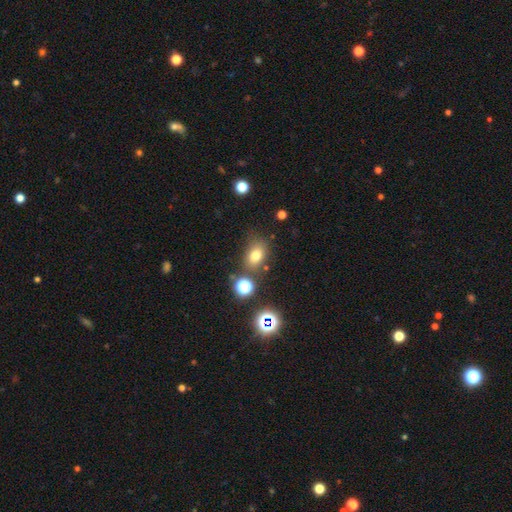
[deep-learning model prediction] Smooth or featured? smooth (74%)
How rounded? in between (67%)
Merging? none (70%)